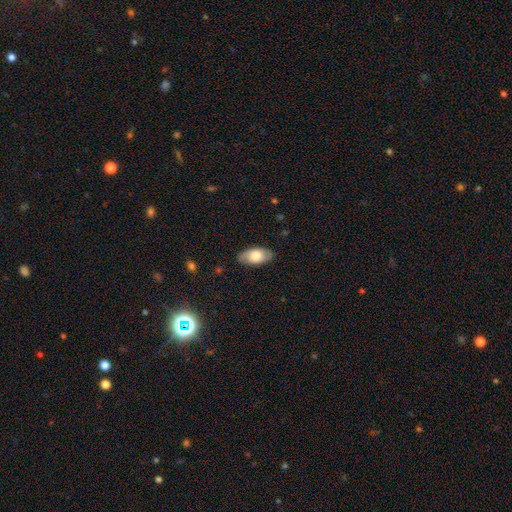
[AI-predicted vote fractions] smooth_or_featured: smooth (p=0.69) [alt: featured or disk p=0.25]
how_rounded: in between (p=0.93) [alt: cigar-shaped p=0.04]
merging: none (p=0.85) [alt: minor disturbance p=0.11]